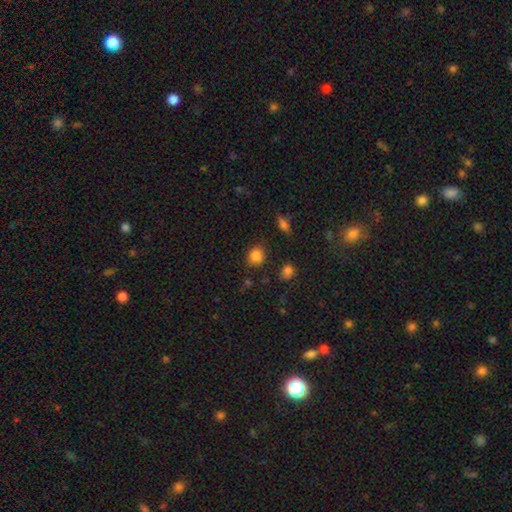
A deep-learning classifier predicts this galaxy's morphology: A smooth galaxy with no disk features (84%) that is round (74%).

Vote fractions:
- Smooth or featured? smooth: 84% / star or artifact: 12% / featured or disk: 5%
- How rounded? round: 74% / in between: 24% / cigar-shaped: 1%
- Merging? none: 82% / minor disturbance: 12% / major disturbance: 3% / merger: 3%